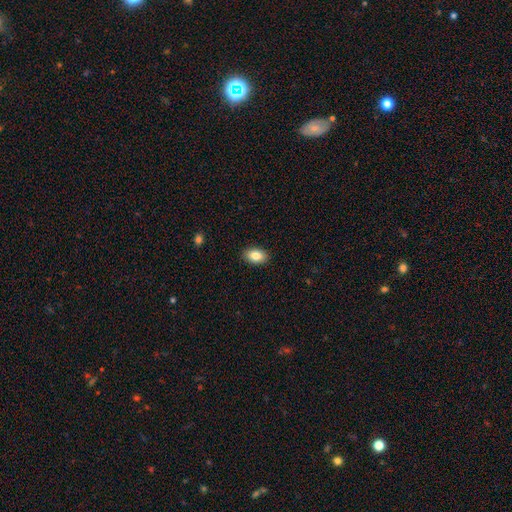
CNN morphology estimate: This appears to be a smooth galaxy with no disk features (85%) that is in between round and cigar-shaped (91%). Merging: none (90%).